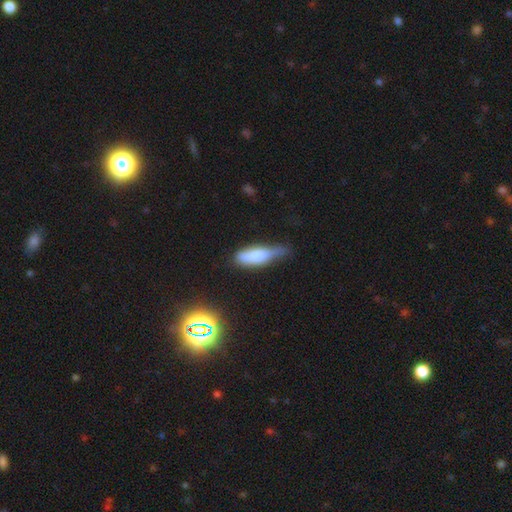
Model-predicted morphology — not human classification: Smooth or featured?
  - smooth: 71% *
  - featured or disk: 21%
  - star or artifact: 7%
How rounded?
  - cigar-shaped: 52% *
  - in between: 45%
  - round: 2%
Merging?
  - minor disturbance: 43% *
  - none: 37%
  - major disturbance: 16%
  - merger: 4%